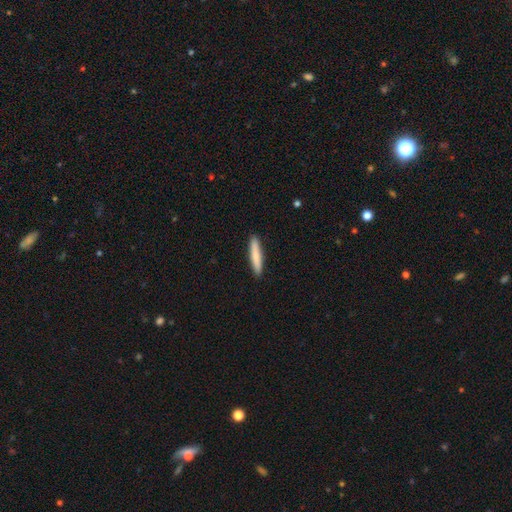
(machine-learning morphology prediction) Overall: smooth (82%). How rounded: cigar-shaped (92%). Merging: none (92%).